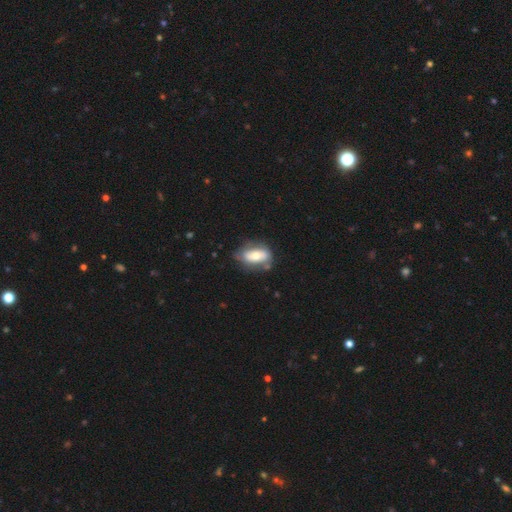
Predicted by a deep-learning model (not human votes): A smooth galaxy with no disk features (58%) that is in between round and cigar-shaped (88%).

Vote fractions:
- Smooth or featured? smooth: 58% / featured or disk: 36% / star or artifact: 6%
- How rounded? in between: 88% / round: 7% / cigar-shaped: 5%
- Merging? none: 61% / minor disturbance: 25% / major disturbance: 10% / merger: 4%